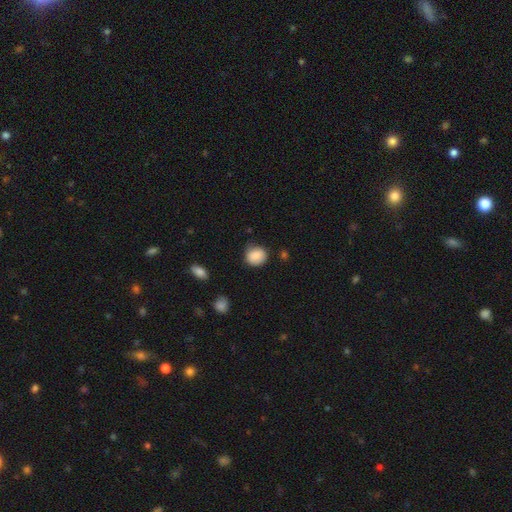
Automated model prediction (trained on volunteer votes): This is clearly a smooth galaxy (85%). How rounded: clearly round (80%). Merging: likely none (72%).